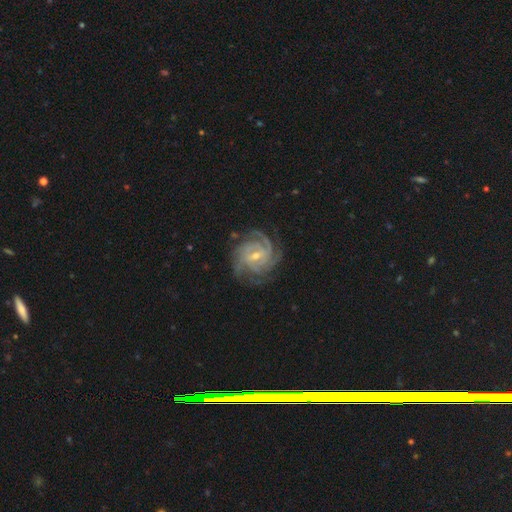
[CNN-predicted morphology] The model was most divided on "spiral arm count": 4: 34%, 3: 24%, can't tell: 16%, 2: 10%, more than 4: 9%, 1: 7%. More confident: spiral arms — yes (98%); edge-on disk — no (98%); smooth or featured — featured or disk (90%); merging — none (80%); spiral winding — tight (71%); bulge size — small (58%); bar — weak (50%).